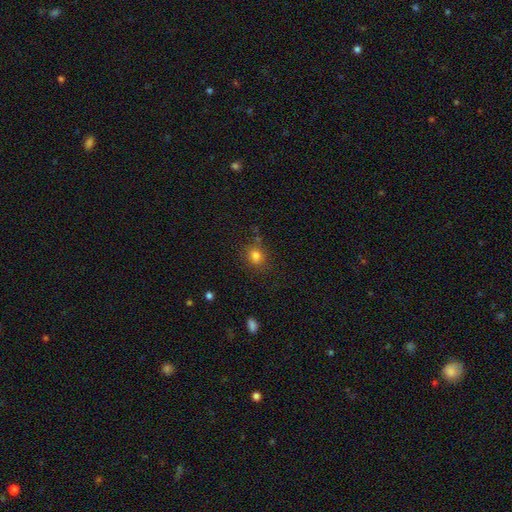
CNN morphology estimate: The model was most divided on "how rounded": round: 68%, in between: 31%, cigar-shaped: 1%. More confident: smooth or featured — smooth (79%); merging — none (76%).